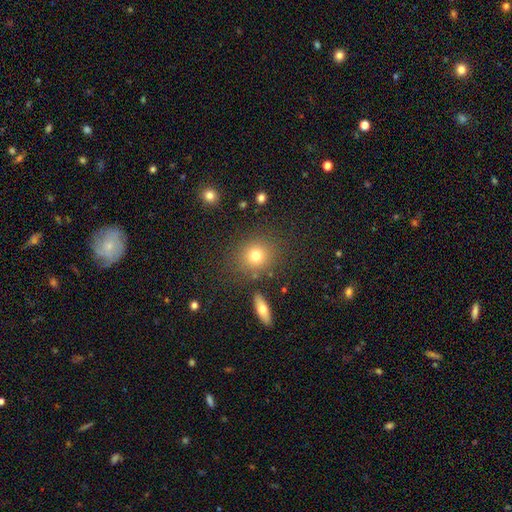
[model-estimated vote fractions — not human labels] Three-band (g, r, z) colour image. It shows a smooth galaxy with no disk features (76%) that is round (80%). Merging: none (81%).